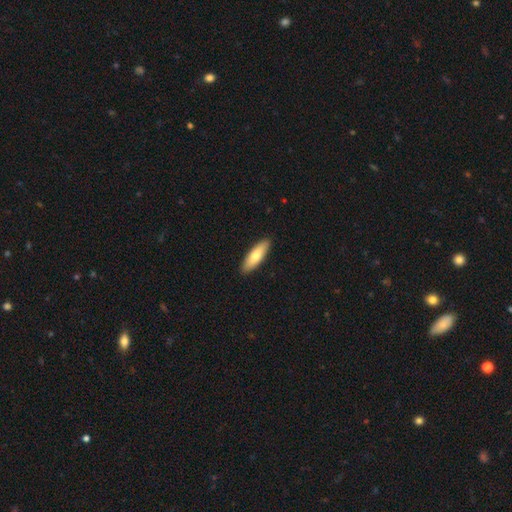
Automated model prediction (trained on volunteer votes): smooth 72%, featured or disk 23%, star or artifact 5%. Down the decision tree: how rounded — cigar-shaped (50%); merging — none (91%).